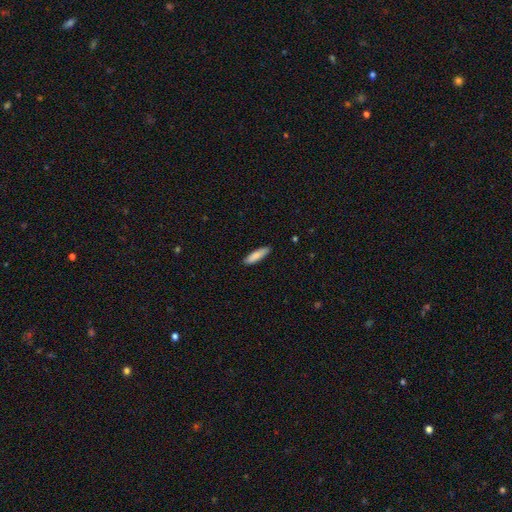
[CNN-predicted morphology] Smooth or featured: smooth — 86% (featured or disk — 8%)
How rounded: cigar-shaped — 66% (in between — 33%)
Merging: none — 88% (minor disturbance — 10%)